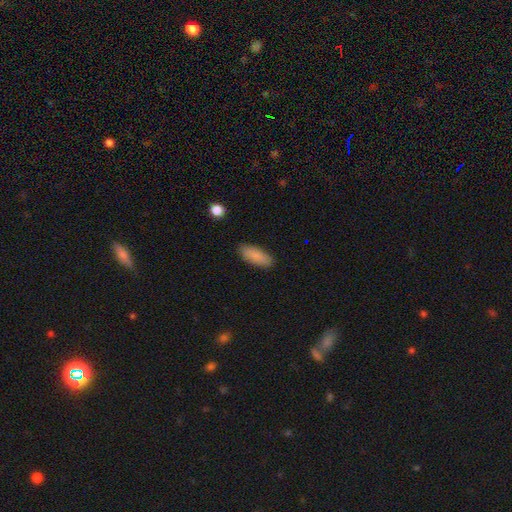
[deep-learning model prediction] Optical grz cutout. It shows a smooth galaxy with no disk features (87%) that is in between round and cigar-shaped (79%). Merging: none (86%).